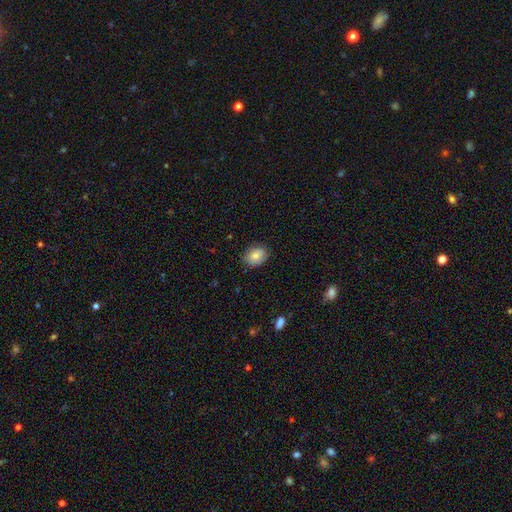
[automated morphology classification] Smooth or featured? smooth (81%)
How rounded? in between (65%)
Merging? none (82%)